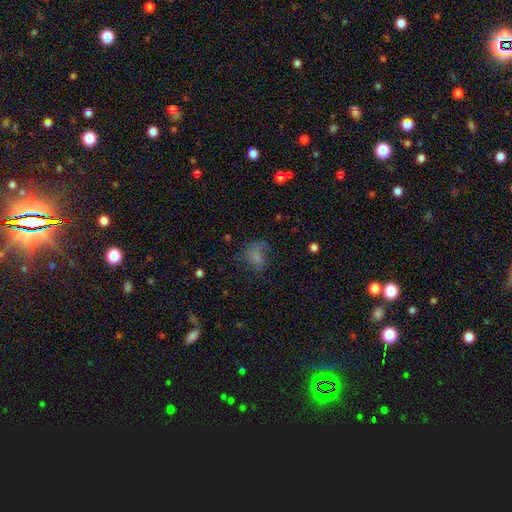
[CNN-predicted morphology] The model was most divided on "merging": none: 45%, major disturbance: 27%, minor disturbance: 25%, merger: 3%. More confident: smooth or featured — smooth (68%); how rounded — in between (63%).